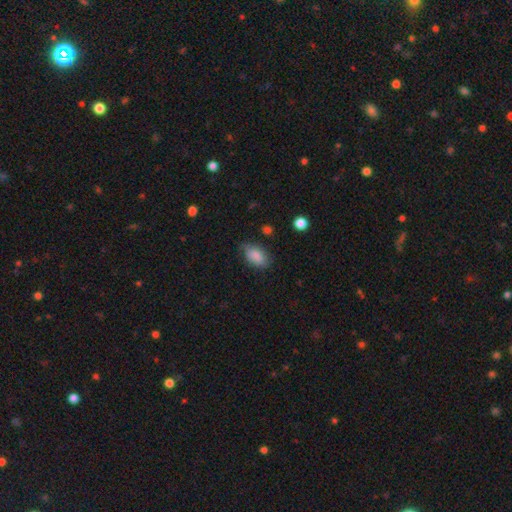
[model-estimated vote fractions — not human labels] This is clearly a smooth galaxy (84%). How rounded: clearly in between (91%). Merging: likely none (68%).